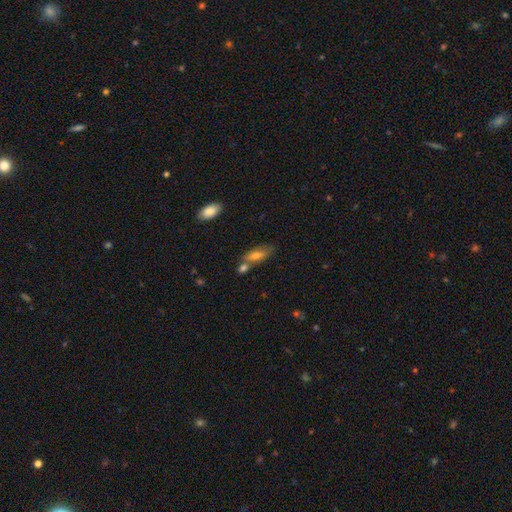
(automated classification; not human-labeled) A smooth galaxy with no disk features (65%) that is in between round and cigar-shaped (62%).

Vote fractions:
- Smooth or featured? smooth: 65% / featured or disk: 25% / star or artifact: 9%
- How rounded? in between: 62% / cigar-shaped: 35% / round: 3%
- Merging? none: 55% / merger: 24% / minor disturbance: 16% / major disturbance: 5%